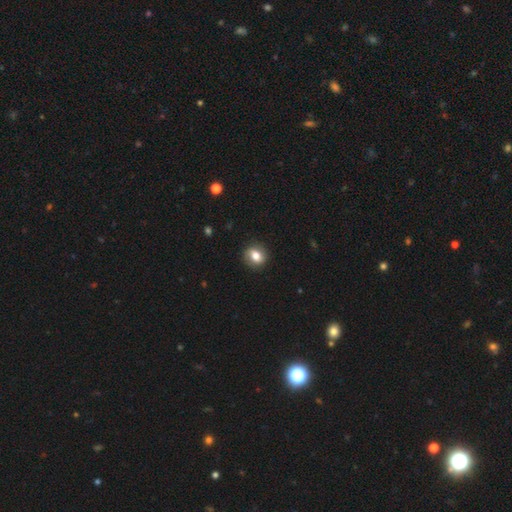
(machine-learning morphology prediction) Smooth or featured: smooth — 71% (featured or disk — 20%)
How rounded: round — 68% (in between — 31%)
Merging: none — 86% (minor disturbance — 11%)